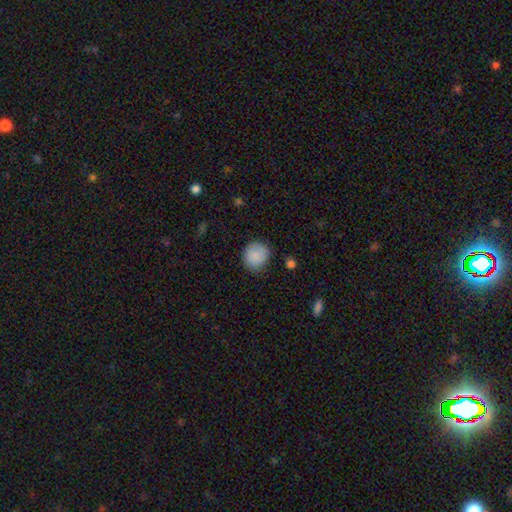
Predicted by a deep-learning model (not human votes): Smooth or featured? Predicted: smooth (p=0.87). How rounded? Predicted: round (p=0.84). Merging? Predicted: none (p=0.81).